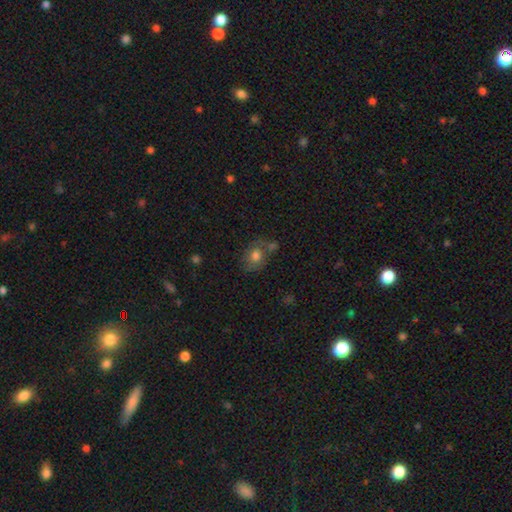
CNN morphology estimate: The model was most divided on "how rounded": in between: 51%, round: 48%, cigar-shaped: 1%. More confident: smooth or featured — smooth (74%); merging — none (50%).